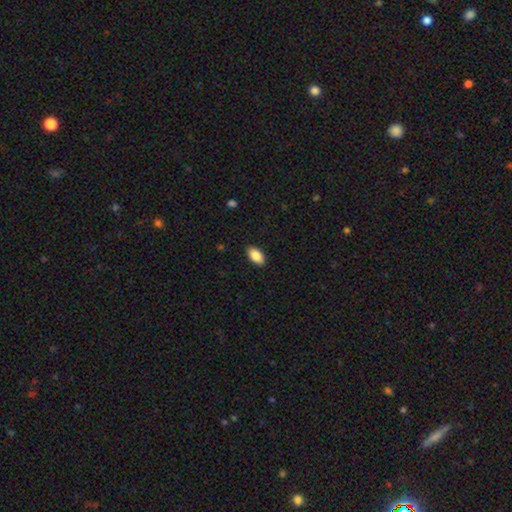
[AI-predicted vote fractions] Overall: smooth (88%). How rounded: in between (94%). Merging: none (89%).